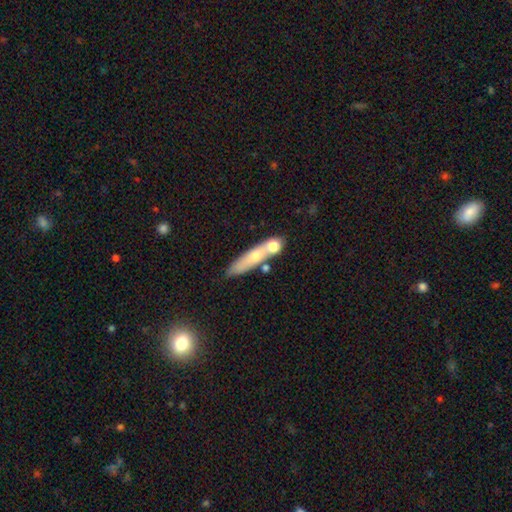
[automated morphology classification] Overall: smooth (58%; featured or disk 34%). How rounded: cigar-shaped (77%). Merging: none (61%).